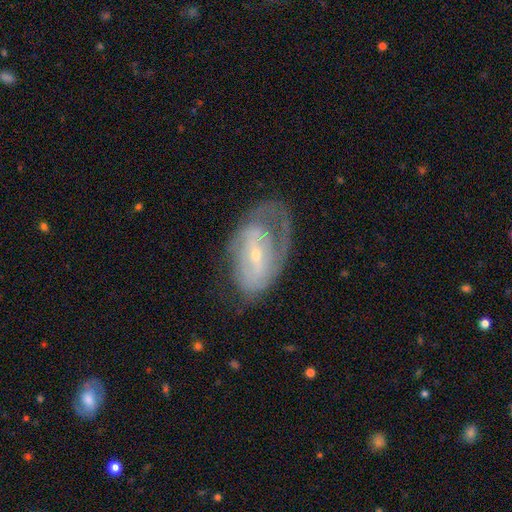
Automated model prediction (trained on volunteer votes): The model was most divided on "spiral winding": tight: 44%, medium: 38%, loose: 17%. Remaining: edge-on disk — no (95%); spiral arms — yes (79%); smooth or featured — featured or disk (78%); bulge size — small (69%); bar — weak (44%); merging — none (44%); spiral arm count — 2 (40%).